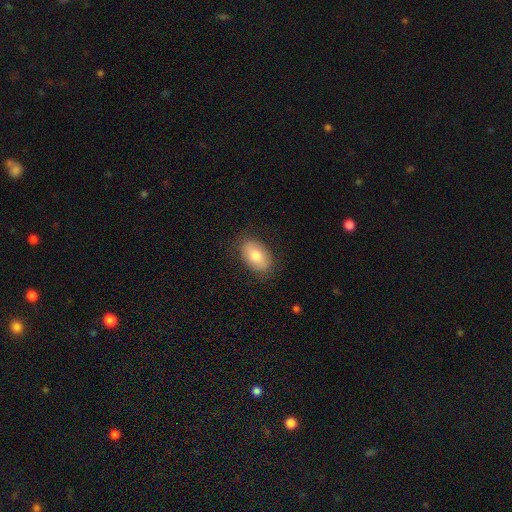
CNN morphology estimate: A smooth galaxy with no disk features (77%) that is in between round and cigar-shaped (89%). Merging: none (82%).